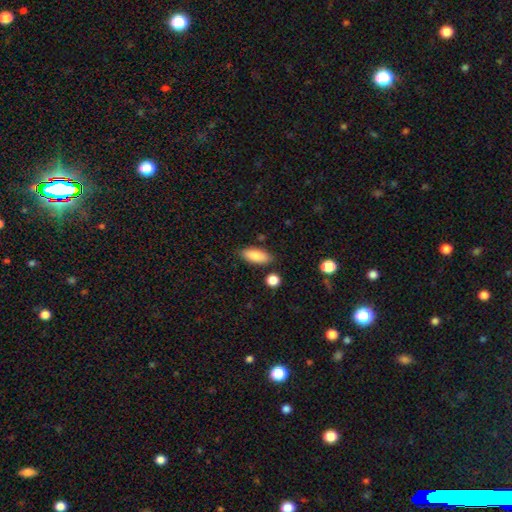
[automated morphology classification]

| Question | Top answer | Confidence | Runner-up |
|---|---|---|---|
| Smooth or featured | smooth | 87% | featured or disk (7%) |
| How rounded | in between | 82% | cigar-shaped (15%) |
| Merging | none | 82% | minor disturbance (11%) |